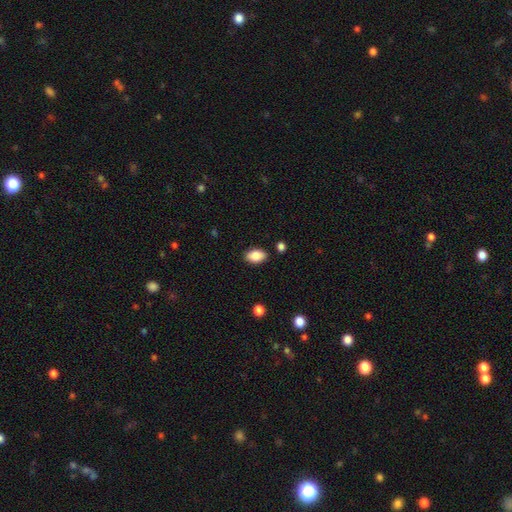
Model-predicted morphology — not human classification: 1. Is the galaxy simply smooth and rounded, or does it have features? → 86% smooth, 7% star or artifact, 7% featured or disk.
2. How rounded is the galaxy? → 92% in between, 6% round, 2% cigar-shaped.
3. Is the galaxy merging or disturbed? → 87% none, 9% minor disturbance, 2% merger, 2% major disturbance.